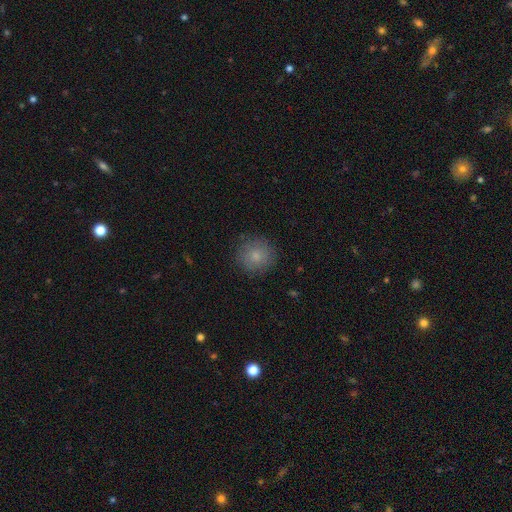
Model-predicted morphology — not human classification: Smooth or featured? Predicted: smooth (p=0.81). How rounded? Predicted: round (p=0.93). Merging? Predicted: none (p=0.86).